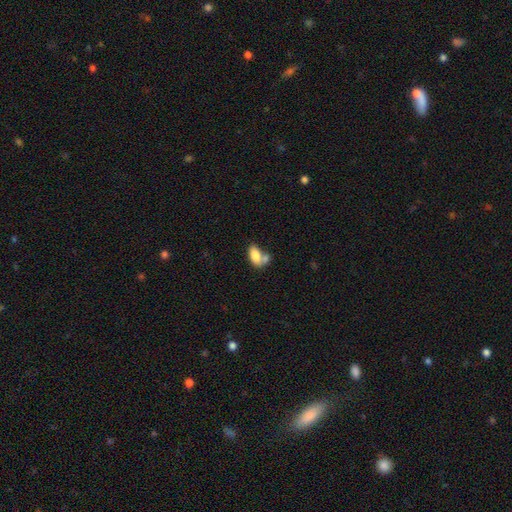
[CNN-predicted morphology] A smooth galaxy with no disk features (80%) that is in between round and cigar-shaped (91%). Merging: merger (49%).